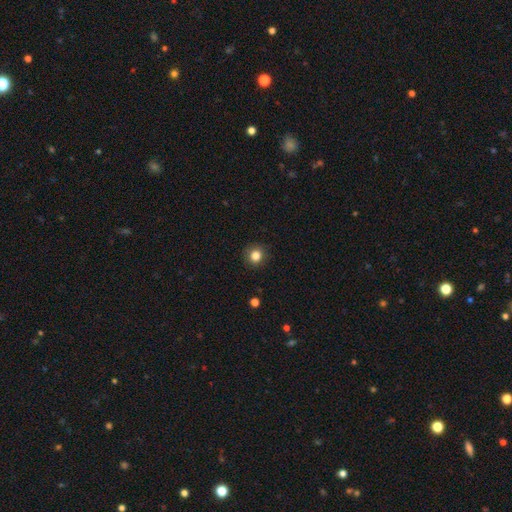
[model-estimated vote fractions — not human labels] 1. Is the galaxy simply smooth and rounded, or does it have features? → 83% smooth, 12% star or artifact, 5% featured or disk.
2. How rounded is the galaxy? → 90% round, 9% in between, 1% cigar-shaped.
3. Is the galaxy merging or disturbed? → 90% none, 7% minor disturbance, 2% major disturbance, 1% merger.